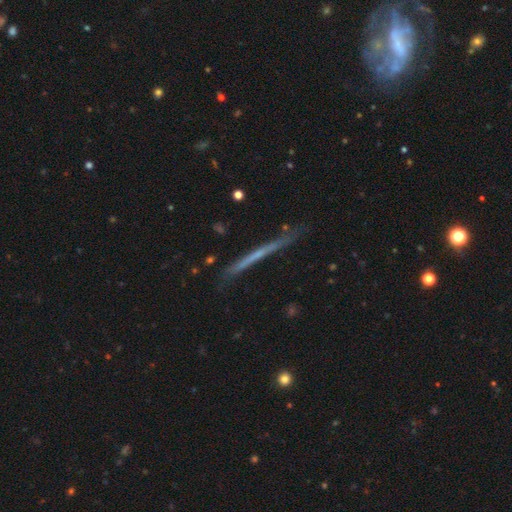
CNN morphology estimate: Smooth or featured? featured or disk (57%)
Edge-on disk? yes (96%)
Edge-on bulge? none (87%)
Merging? none (78%)